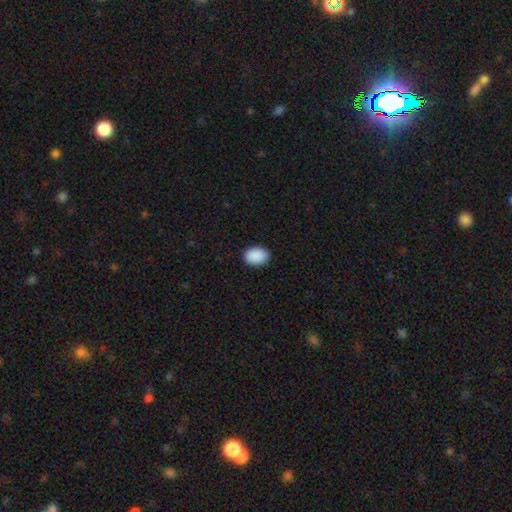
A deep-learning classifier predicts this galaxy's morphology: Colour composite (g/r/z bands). It shows a smooth galaxy with no disk features (91%) that is in between round and cigar-shaped (81%). Merging: none (89%).